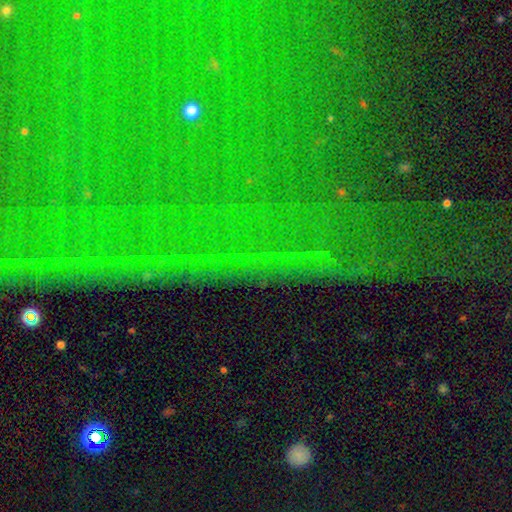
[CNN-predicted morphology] Smooth or featured: star or artifact — 84% (featured or disk — 9%)